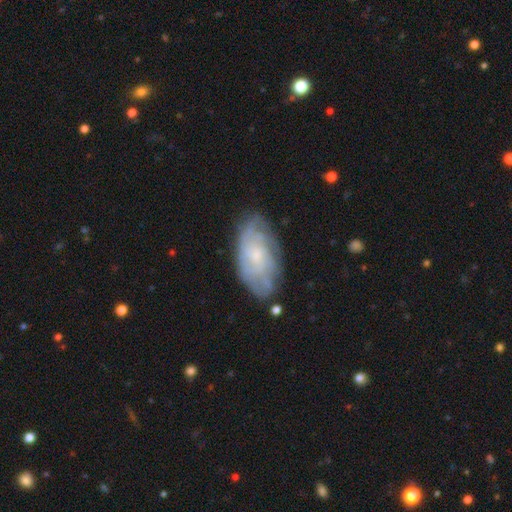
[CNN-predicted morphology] The model was most divided on "bulge size": small: 61%, moderate: 29%, none: 7%, large: 2%, dominant: 1%. More confident: edge-on disk — no (94%); spiral arms — yes (81%); bar — no (76%); merging — none (72%); smooth or featured — featured or disk (64%).